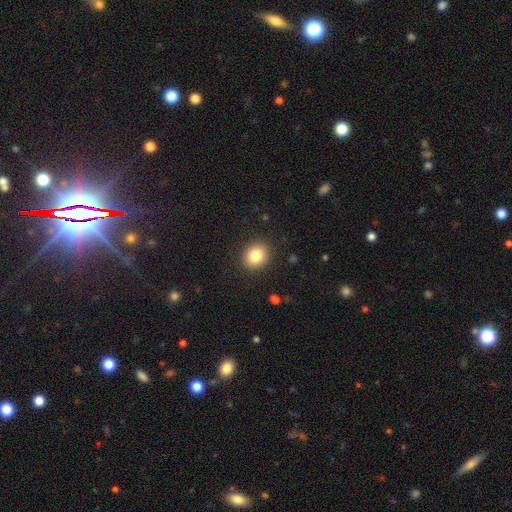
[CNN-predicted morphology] Smooth or featured: smooth — 83% (star or artifact — 10%)
How rounded: round — 68% (in between — 31%)
Merging: none — 89% (minor disturbance — 7%)